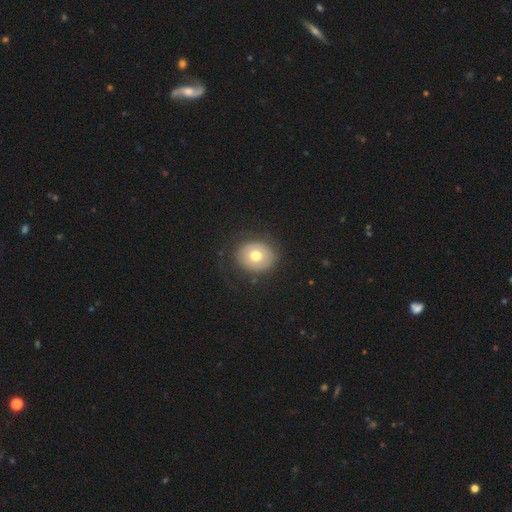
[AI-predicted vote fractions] Smooth or featured: smooth — 61% (featured or disk — 31%)
How rounded: round — 63% (in between — 37%)
Merging: none — 80% (minor disturbance — 12%)